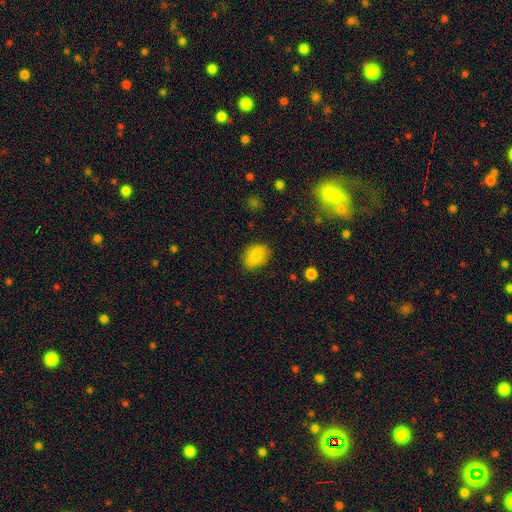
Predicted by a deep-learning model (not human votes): Smooth or featured? smooth (84%)
How rounded? in between (73%)
Merging? none (79%)